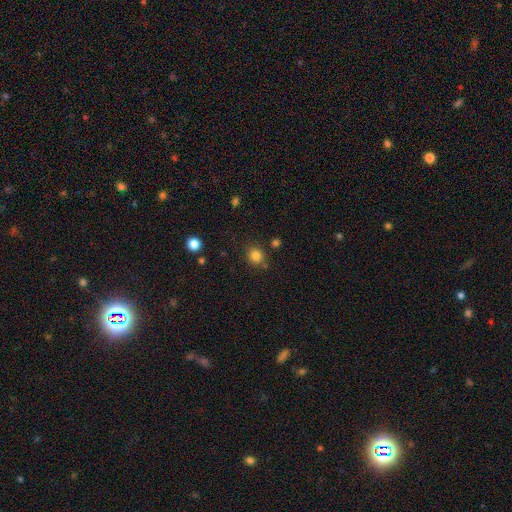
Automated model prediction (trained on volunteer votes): This appears to be a smooth galaxy with no disk features (82%) that is round (84%). Merging: none (80%).